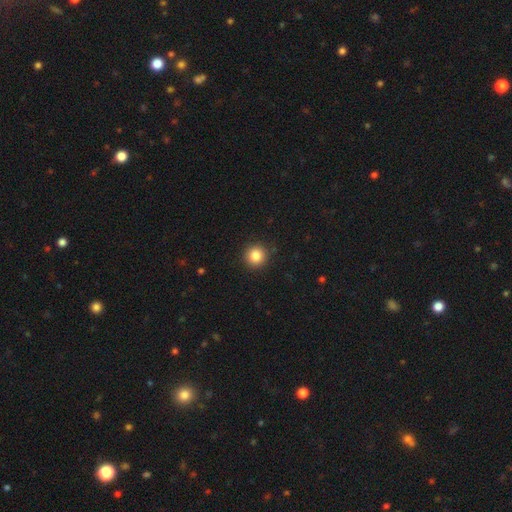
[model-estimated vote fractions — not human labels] Overall: smooth (85%). How rounded: round (95%). Merging: none (92%).